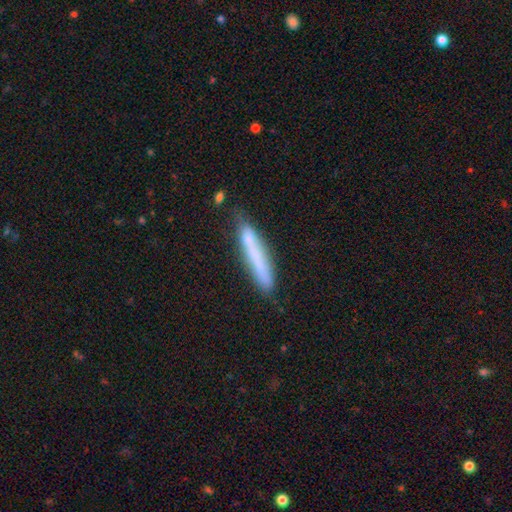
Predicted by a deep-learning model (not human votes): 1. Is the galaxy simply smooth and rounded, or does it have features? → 63% smooth, 29% featured or disk, 8% star or artifact.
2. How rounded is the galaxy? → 93% cigar-shaped, 5% in between, 1% round.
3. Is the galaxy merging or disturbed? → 71% none, 18% minor disturbance, 6% merger, 4% major disturbance.